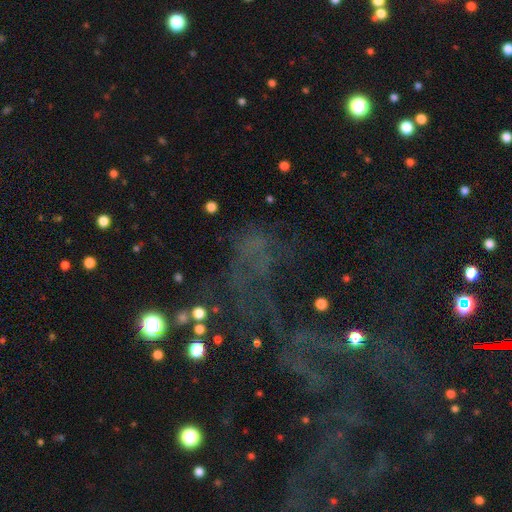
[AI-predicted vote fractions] This is likely a star or artifact rather than a galaxy (61%).